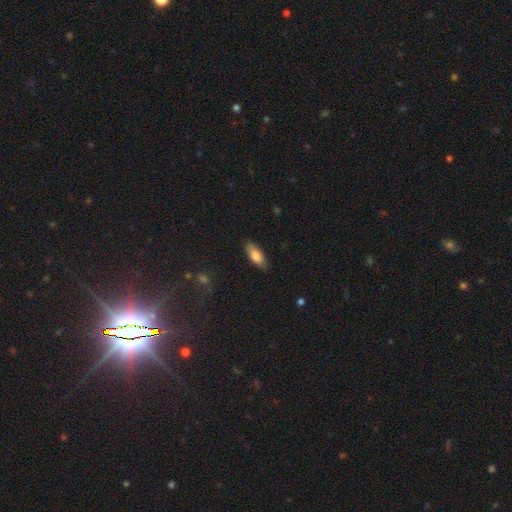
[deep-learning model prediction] Smooth or featured: smooth — 79% (featured or disk — 14%)
How rounded: in between — 71% (cigar-shaped — 27%)
Merging: none — 84% (minor disturbance — 12%)